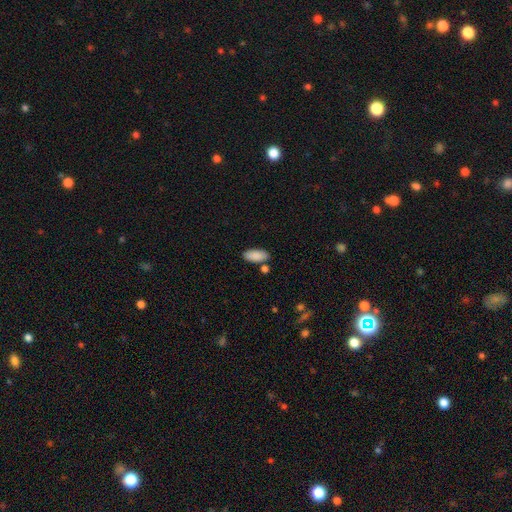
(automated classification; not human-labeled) Smooth or featured? Predicted: smooth (p=0.88). How rounded? Predicted: in between (p=0.91). Merging? Predicted: none (p=0.79).